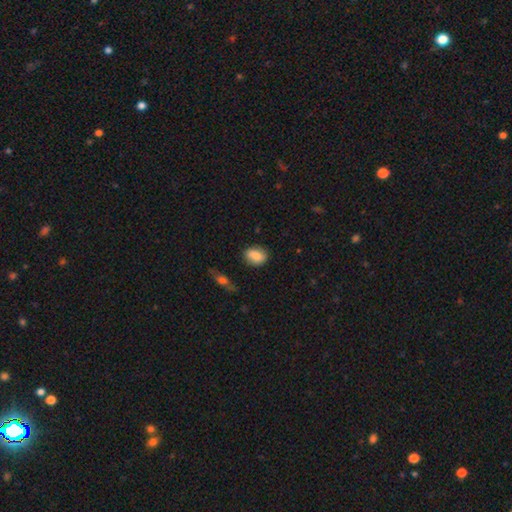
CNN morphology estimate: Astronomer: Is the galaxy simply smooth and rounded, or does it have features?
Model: smooth — 83%.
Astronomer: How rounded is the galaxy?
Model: in between — 66%.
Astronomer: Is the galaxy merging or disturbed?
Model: none — 82%.